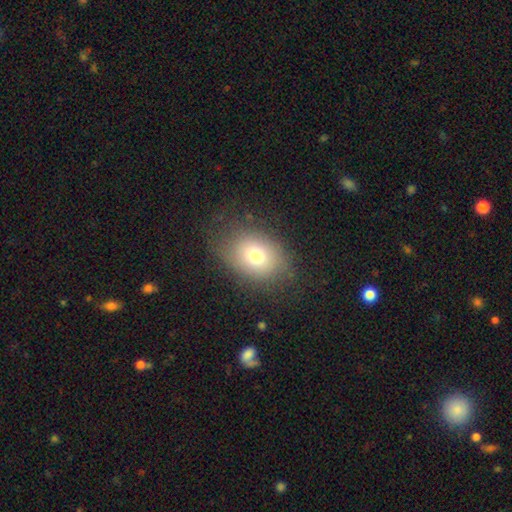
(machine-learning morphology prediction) This appears to be a smooth galaxy with no disk features (73%) that is in between round and cigar-shaped (67%). Merging: none (74%).